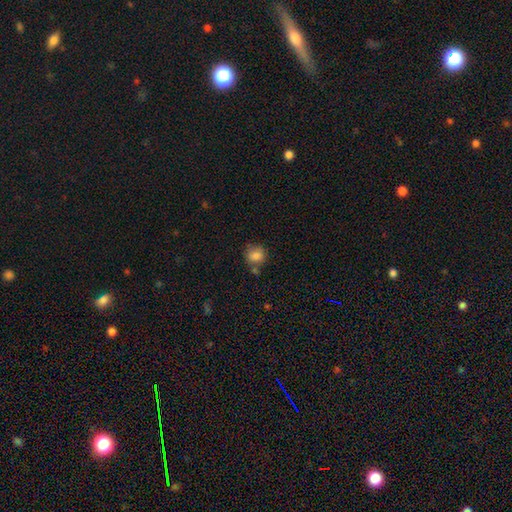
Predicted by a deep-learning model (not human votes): smooth 84%, star or artifact 10%, featured or disk 6%. Down the decision tree: how rounded — round (87%); merging — none (69%).